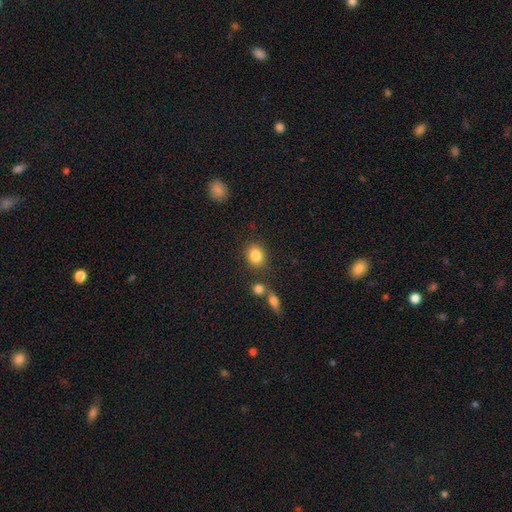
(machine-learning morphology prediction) smooth 84%, star or artifact 9%, featured or disk 7%. Down the decision tree: how rounded — round (55%); merging — none (76%).